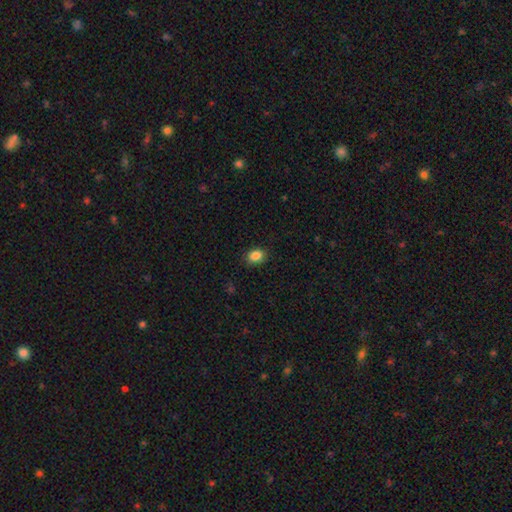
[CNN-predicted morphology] Smooth or featured?
  - smooth: 87% *
  - star or artifact: 10%
  - featured or disk: 4%
How rounded?
  - in between: 67% *
  - round: 32%
  - cigar-shaped: 1%
Merging?
  - none: 87% *
  - minor disturbance: 9%
  - major disturbance: 2%
  - merger: 1%